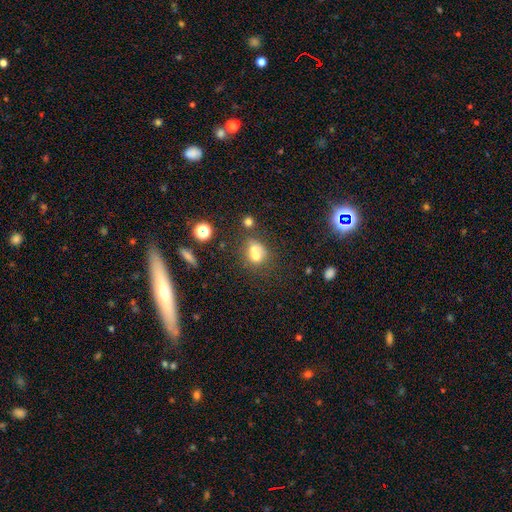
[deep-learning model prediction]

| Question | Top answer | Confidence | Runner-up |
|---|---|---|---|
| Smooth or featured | smooth | 64% | featured or disk (20%) |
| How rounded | round | 70% | in between (29%) |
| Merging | merger | 55% | none (30%) |